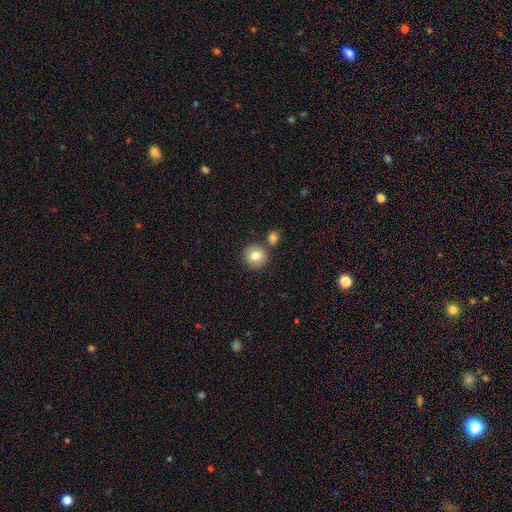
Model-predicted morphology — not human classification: type=smooth (79%); roundness=round (90%); merging=none (74%).